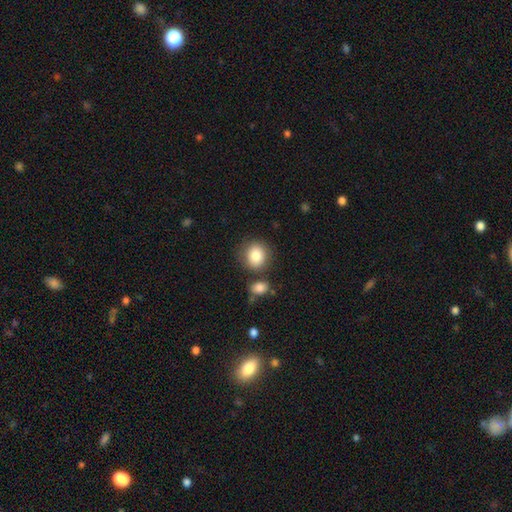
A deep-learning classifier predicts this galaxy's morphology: This appears to be a smooth galaxy with no disk features (84%) that is round (79%). Merging: none (74%).